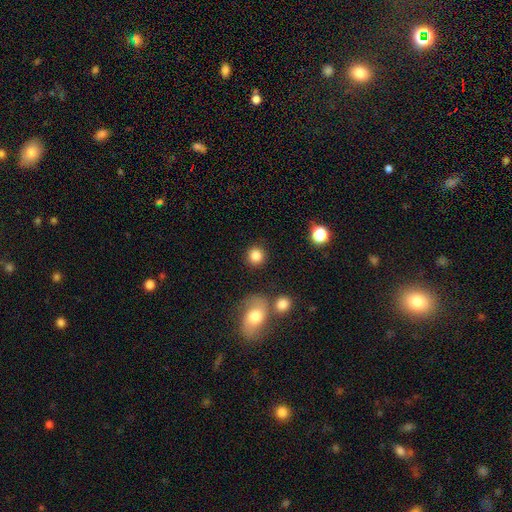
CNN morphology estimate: Smooth or featured: smooth — 84% (star or artifact — 10%)
How rounded: round — 91% (in between — 8%)
Merging: none — 86% (minor disturbance — 7%)